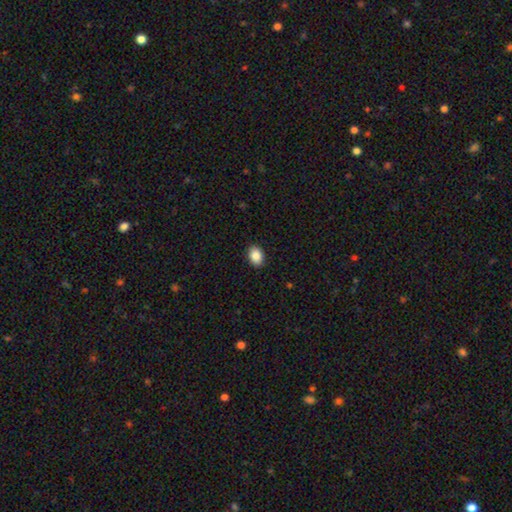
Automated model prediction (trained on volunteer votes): Smooth or featured: smooth — 88% (star or artifact — 8%)
How rounded: in between — 75% (round — 24%)
Merging: none — 90% (minor disturbance — 7%)